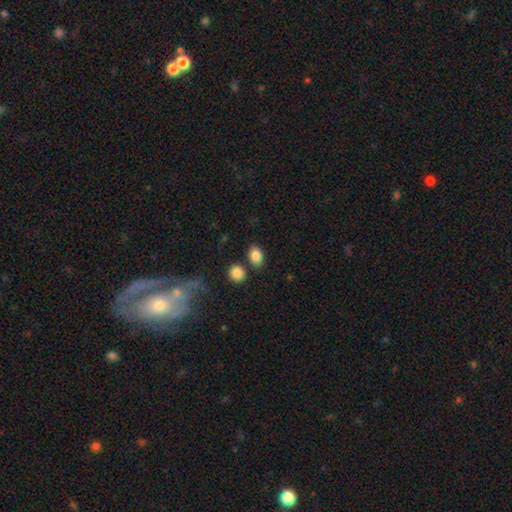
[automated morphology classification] type=smooth (85%); roundness=in between (74%); merging=none (74%).